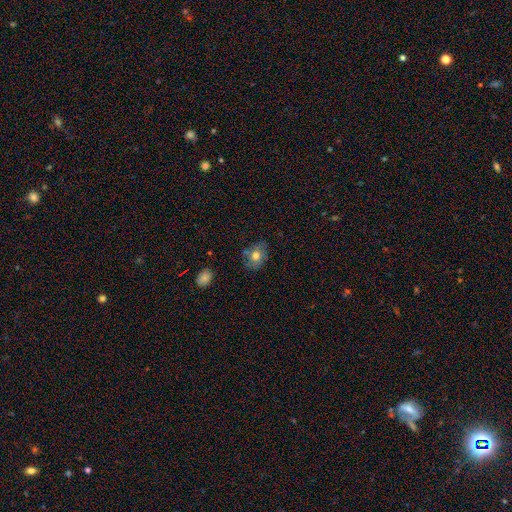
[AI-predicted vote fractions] Smooth or featured: smooth — 72% (featured or disk — 18%)
How rounded: round — 49% (tied with in between — 49%)
Merging: none — 74% (minor disturbance — 19%)